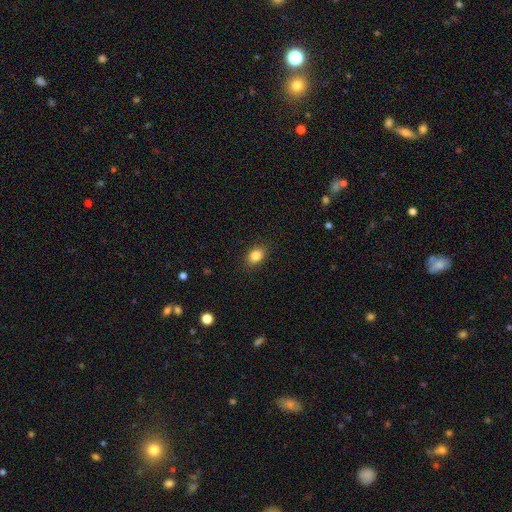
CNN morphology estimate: Smooth or featured? smooth (85%)
How rounded? in between (71%)
Merging? none (88%)